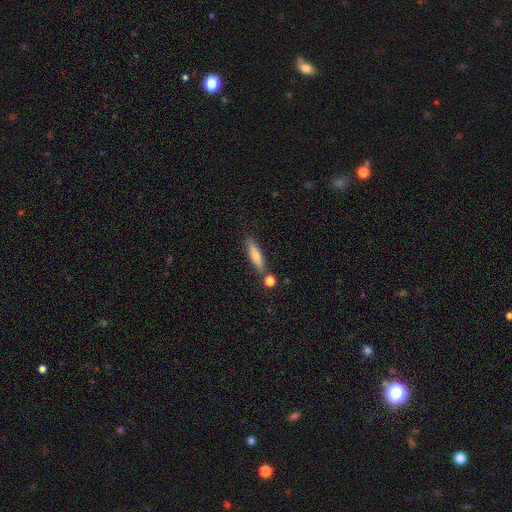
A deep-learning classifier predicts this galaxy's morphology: smooth_or_featured: smooth (p=0.66) [alt: featured or disk p=0.27]
how_rounded: cigar-shaped (p=0.78) [alt: in between p=0.19]
merging: none (p=0.75) [alt: minor disturbance p=0.12]